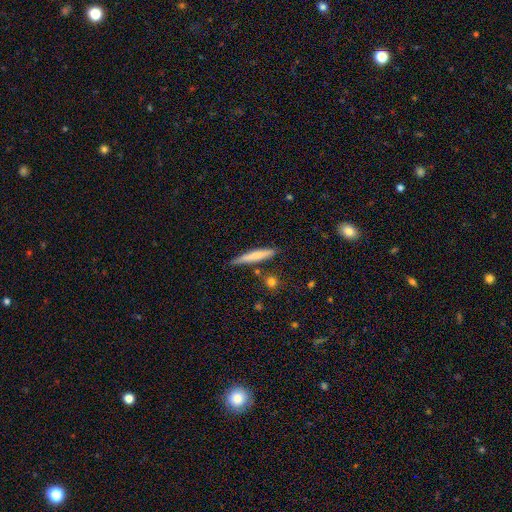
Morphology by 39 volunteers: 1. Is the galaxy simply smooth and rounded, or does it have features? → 72% smooth, 28% featured or disk, 0% star or artifact.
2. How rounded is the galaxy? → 100% cigar-shaped, 0% round, 0% in between.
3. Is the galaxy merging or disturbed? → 85% none, 13% minor disturbance, 3% merger, 0% major disturbance.